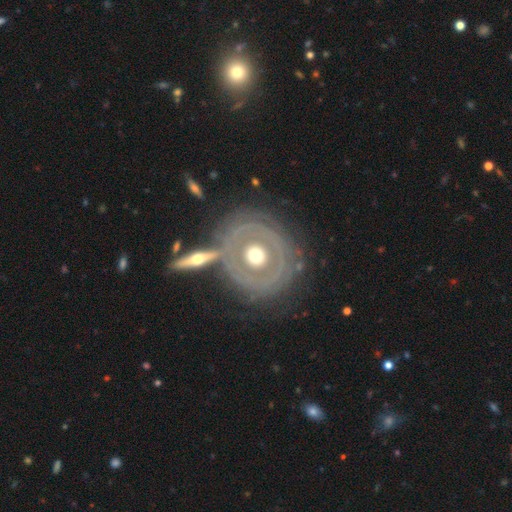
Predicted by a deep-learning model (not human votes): This appears to be a featured or disk galaxy (67%) with no bar (88%), no spiral arms (70%) and a moderate central bulge (69%). Merging: none (61%).